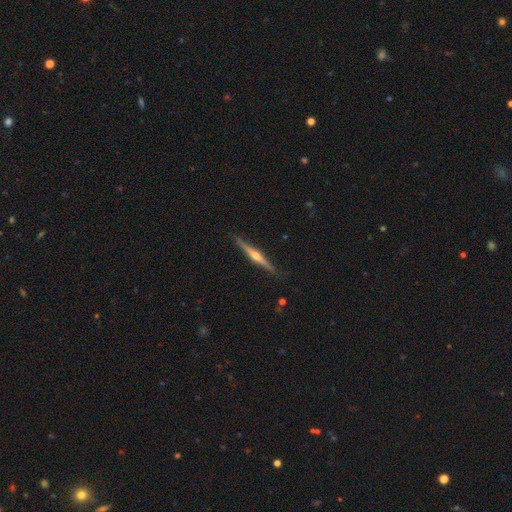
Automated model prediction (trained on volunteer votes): featured or disk 79%, smooth 16%, star or artifact 5%. Down the decision tree: edge-on disk — yes (98%); edge-on bulge — rounded (91%); merging — none (88%).